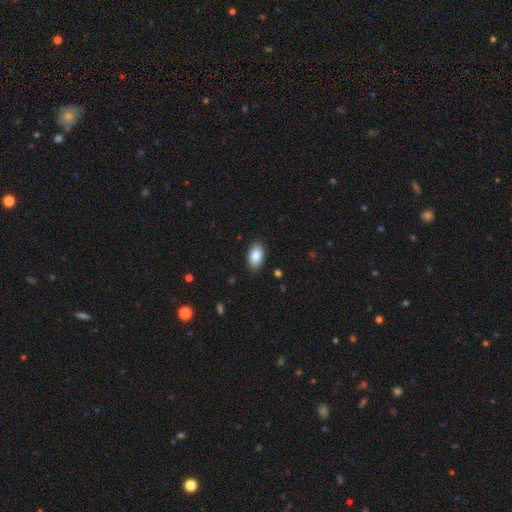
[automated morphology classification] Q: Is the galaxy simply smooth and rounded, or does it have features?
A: smooth — 83%.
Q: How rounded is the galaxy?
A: in between — 93%.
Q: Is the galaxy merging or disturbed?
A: none — 88%.